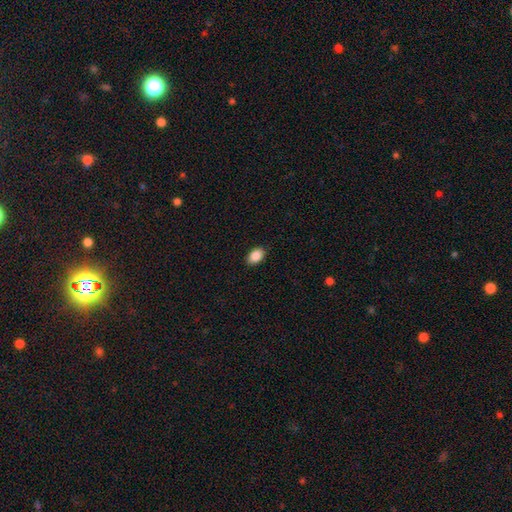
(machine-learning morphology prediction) The model was most divided on "how rounded": in between: 88%, round: 10%, cigar-shaped: 1%. More confident: merging — none (89%); smooth or featured — smooth (89%).